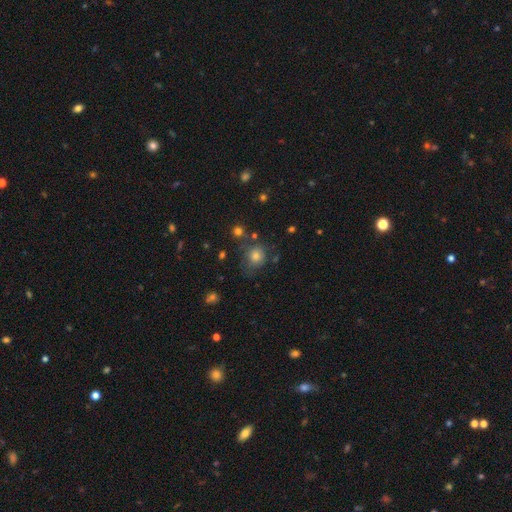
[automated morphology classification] A smooth galaxy with no disk features (72%) that is round (77%).

Vote fractions:
- Smooth or featured? smooth: 72% / star or artifact: 18% / featured or disk: 10%
- How rounded? round: 77% / in between: 22% / cigar-shaped: 1%
- Merging? none: 68% / minor disturbance: 19% / major disturbance: 8% / merger: 6%